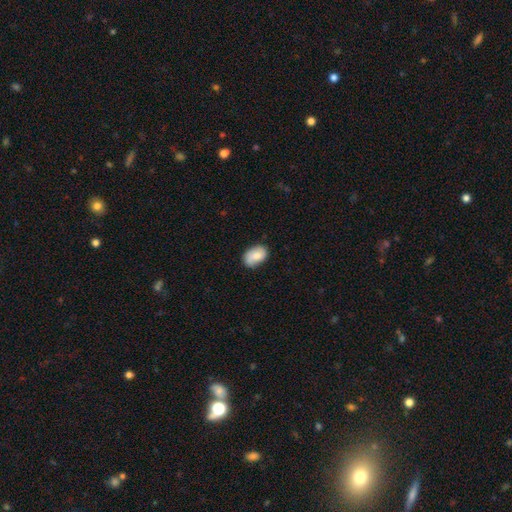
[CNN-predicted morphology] Smooth or featured? smooth (77%)
How rounded? in between (86%)
Merging? none (67%)